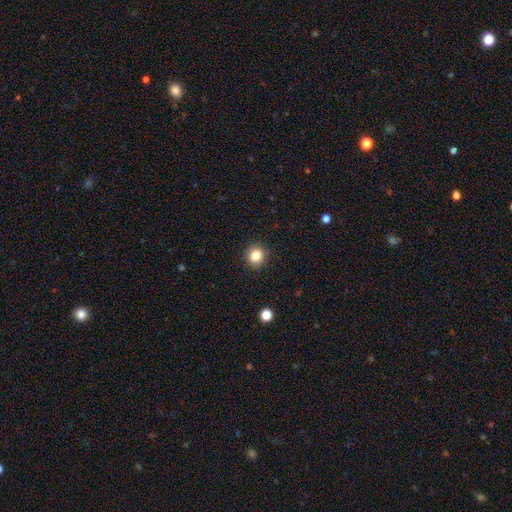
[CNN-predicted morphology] The model was most divided on "smooth or featured": smooth: 83%, star or artifact: 11%, featured or disk: 5%. More confident: merging — none (91%); how rounded — round (91%).